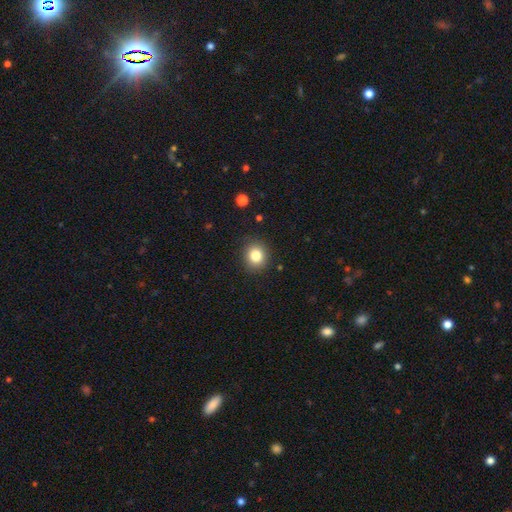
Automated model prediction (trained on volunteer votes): A smooth galaxy with no disk features (82%) that is round (82%).

Vote fractions:
- Smooth or featured? smooth: 82% / star or artifact: 11% / featured or disk: 7%
- How rounded? round: 82% / in between: 17% / cigar-shaped: 1%
- Merging? none: 88% / minor disturbance: 9% / major disturbance: 2% / merger: 1%